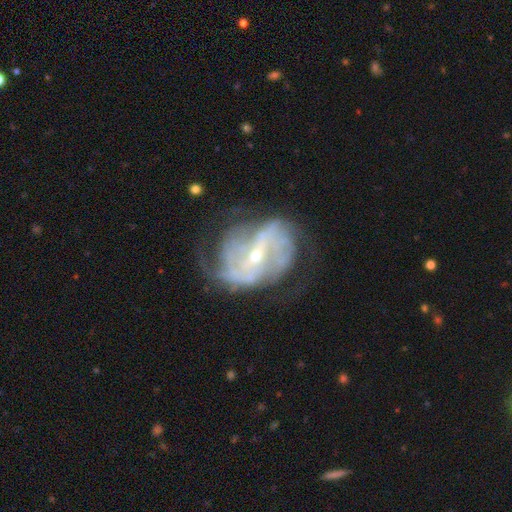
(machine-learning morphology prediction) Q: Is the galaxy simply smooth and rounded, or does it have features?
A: featured or disk — 84%.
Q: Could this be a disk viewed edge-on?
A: no — 96%.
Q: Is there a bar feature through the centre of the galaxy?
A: weak — 42%.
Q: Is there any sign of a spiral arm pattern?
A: yes — 83%.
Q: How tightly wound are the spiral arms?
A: medium — 39%.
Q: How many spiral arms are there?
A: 2 — 37%, tied with can't tell.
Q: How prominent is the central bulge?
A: small — 69%.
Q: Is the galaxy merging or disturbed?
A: none — 49%.